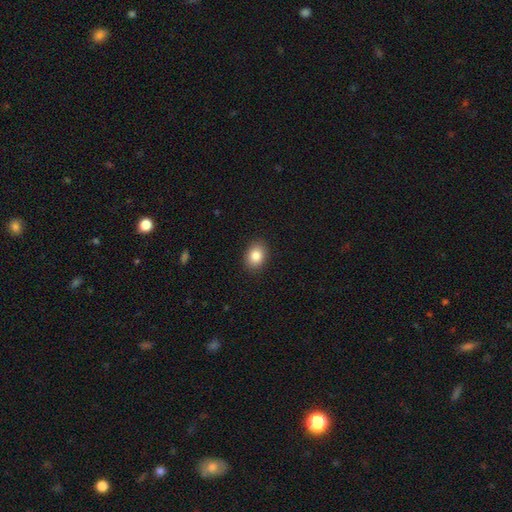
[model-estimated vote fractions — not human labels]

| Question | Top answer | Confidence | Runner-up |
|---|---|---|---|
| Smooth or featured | smooth | 85% | star or artifact (9%) |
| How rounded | in between | 67% | round (32%) |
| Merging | none | 90% | minor disturbance (7%) |